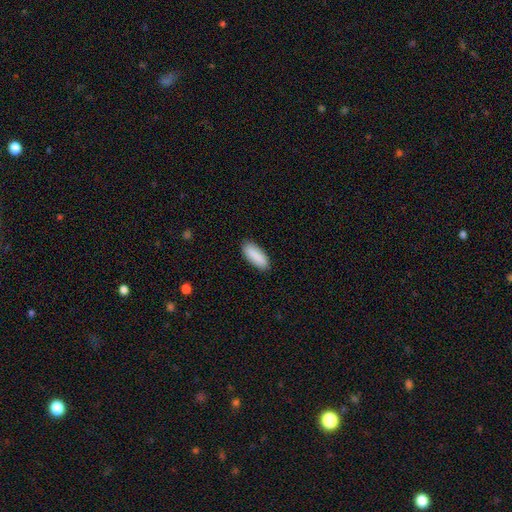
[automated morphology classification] A smooth galaxy with no disk features (89%) that is in between round and cigar-shaped (70%).

Vote fractions:
- Smooth or featured? smooth: 89% / star or artifact: 6% / featured or disk: 4%
- How rounded? in between: 70% / cigar-shaped: 28% / round: 2%
- Merging? none: 88% / minor disturbance: 9% / major disturbance: 2% / merger: 1%